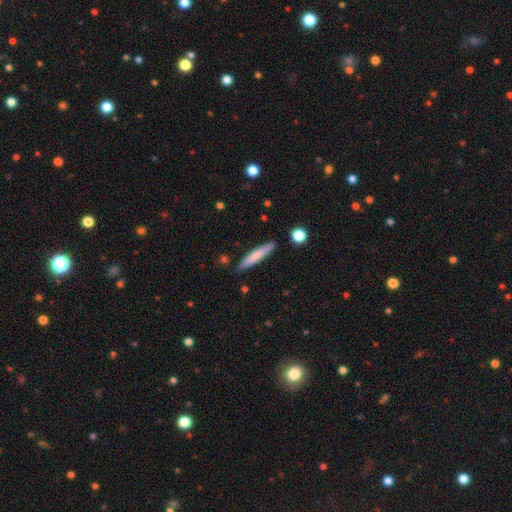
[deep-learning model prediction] smooth-or-featured: smooth: 69% | featured or disk: 25% | star or artifact: 6%
  how-rounded: cigar-shaped: 91% | in between: 8% | round: 1%
  merging: none: 86% | minor disturbance: 10% | merger: 2% | major disturbance: 2%